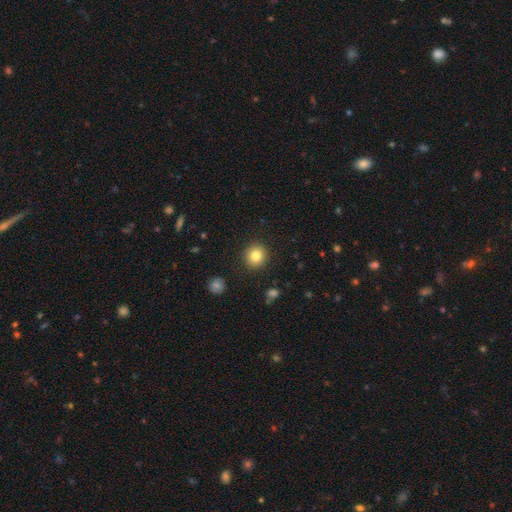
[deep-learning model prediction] This appears to be a smooth galaxy with no disk features (83%) that is round (90%). Merging: none (91%).